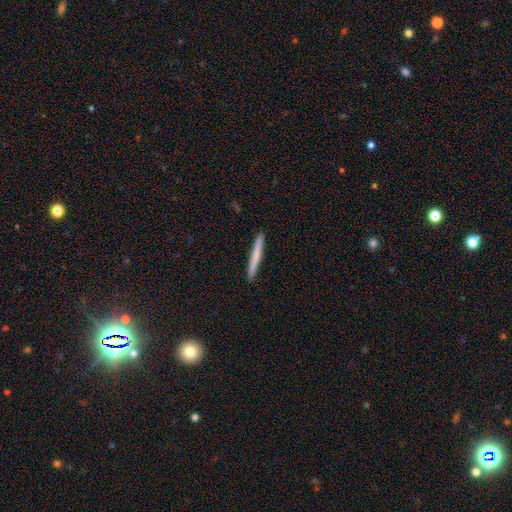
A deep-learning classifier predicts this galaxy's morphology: Smooth or featured? Predicted: smooth (p=0.69). How rounded? Predicted: cigar-shaped (p=0.97). Merging? Predicted: none (p=0.92).